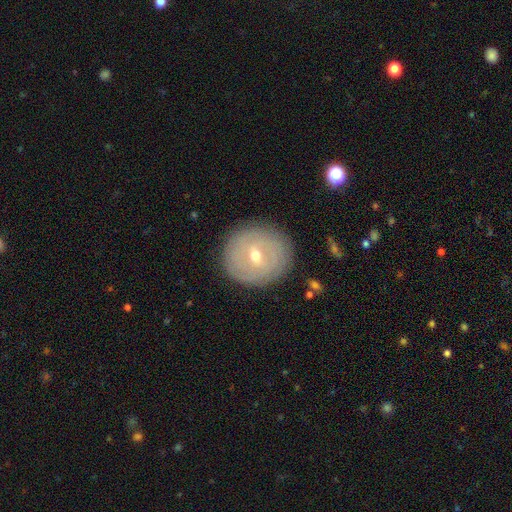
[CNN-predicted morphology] A featured or disk galaxy (66%) with a weak bar (55%), spiral arms (67%) and a moderate central bulge (50%).

Vote fractions:
- Smooth or featured? featured or disk: 66% / smooth: 27% / star or artifact: 7%
- Edge-on disk? no: 96% / yes: 4%
- Bar? weak: 55% / no: 30% / strong: 16%
- Spiral arms? yes: 67% / no: 33%
- Bulge size? moderate: 50% / small: 48% / large: 1% / none: 1% / dominant: 1%
- Merging? none: 86% / minor disturbance: 10% / major disturbance: 3% / merger: 1%